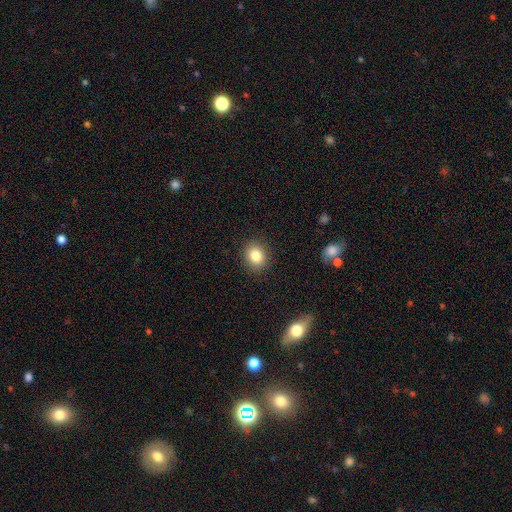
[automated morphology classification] A smooth galaxy with no disk features (83%) that is round (71%).

Vote fractions:
- Smooth or featured? smooth: 83% / star or artifact: 10% / featured or disk: 6%
- How rounded? round: 71% / in between: 28% / cigar-shaped: 1%
- Merging? none: 90% / minor disturbance: 7% / major disturbance: 2% / merger: 1%